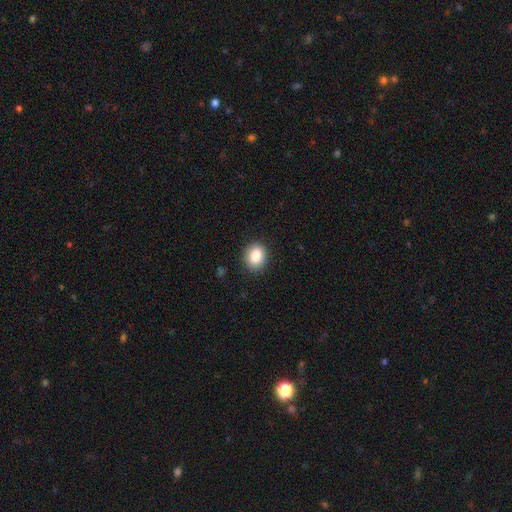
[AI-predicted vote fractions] Q: Smooth or featured?
A: smooth (87%); runner-up: star or artifact (9%)
Q: How rounded?
A: round (55%); runner-up: in between (44%)
Q: Merging?
A: none (88%); runner-up: minor disturbance (9%)